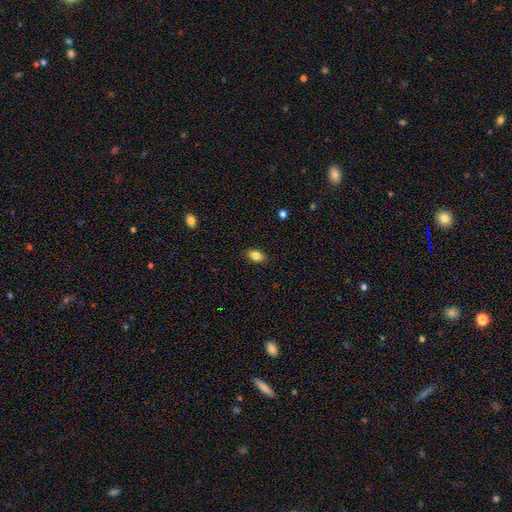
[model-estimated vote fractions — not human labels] The model was most divided on "smooth or featured": smooth: 83%, star or artifact: 9%, featured or disk: 8%. More confident: merging — none (88%); how rounded — in between (86%).